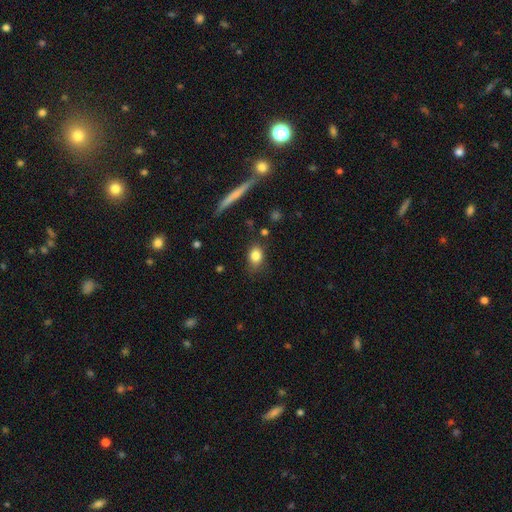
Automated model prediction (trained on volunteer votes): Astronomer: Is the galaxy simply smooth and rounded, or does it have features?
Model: smooth — 81%.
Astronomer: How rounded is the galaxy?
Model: in between — 68%.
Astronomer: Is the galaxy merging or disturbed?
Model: none — 75%.